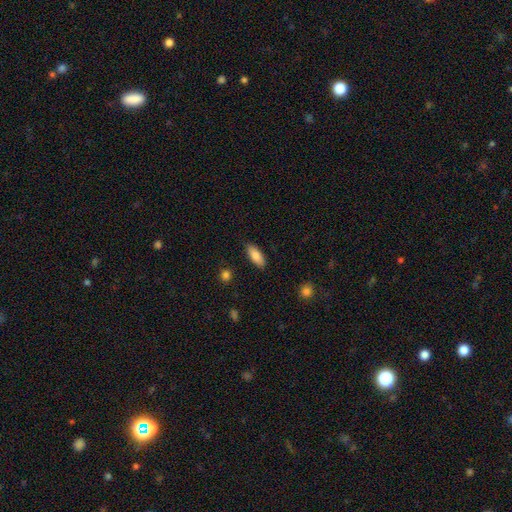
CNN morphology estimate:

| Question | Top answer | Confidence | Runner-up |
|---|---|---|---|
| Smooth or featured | smooth | 85% | featured or disk (9%) |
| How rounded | in between | 77% | cigar-shaped (21%) |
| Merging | none | 85% | minor disturbance (11%) |